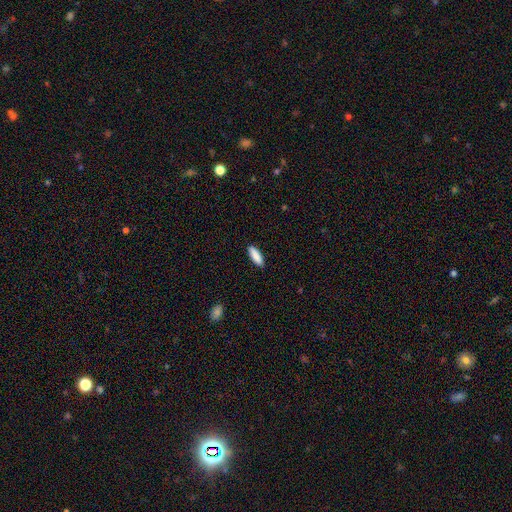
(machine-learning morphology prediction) The model was most divided on "how rounded": in between: 55%, cigar-shaped: 43%, round: 2%. More confident: merging — none (89%); smooth or featured — smooth (89%).